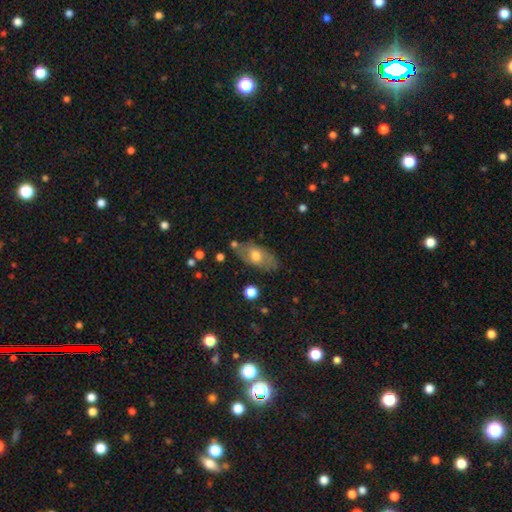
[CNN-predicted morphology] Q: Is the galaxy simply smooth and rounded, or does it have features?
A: smooth — 58%.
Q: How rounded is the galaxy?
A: in between — 87%.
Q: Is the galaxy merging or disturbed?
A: none — 72%.